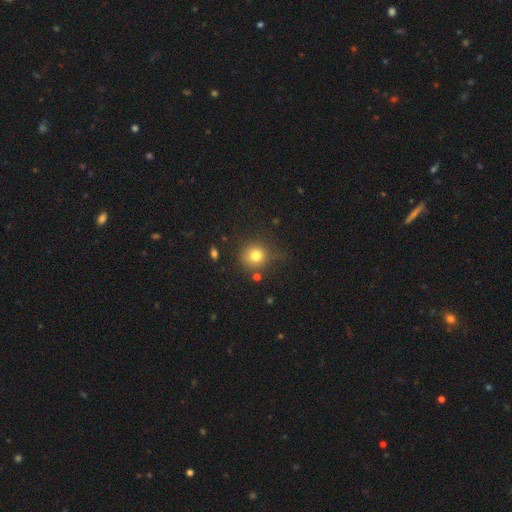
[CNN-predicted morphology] Q: Smooth or featured?
A: smooth (78%); runner-up: star or artifact (14%)
Q: How rounded?
A: round (89%); runner-up: in between (10%)
Q: Merging?
A: none (73%); runner-up: minor disturbance (17%)